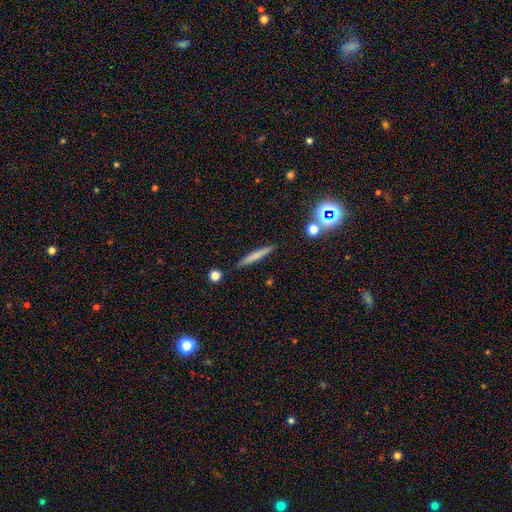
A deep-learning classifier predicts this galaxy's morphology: type=smooth (66%); roundness=cigar-shaped (95%); merging=none (89%).